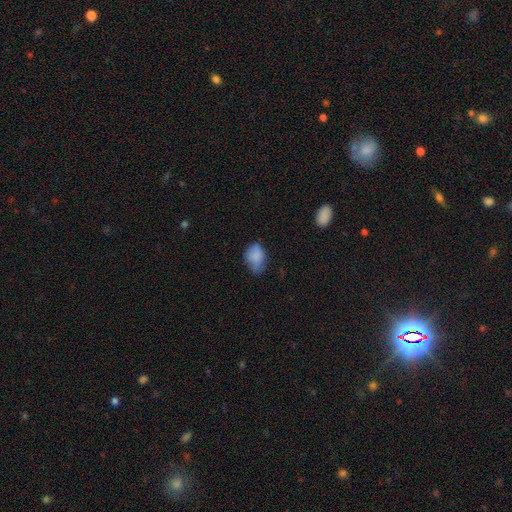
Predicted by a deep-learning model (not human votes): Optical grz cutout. It shows a smooth galaxy with no disk features (81%) that is in between round and cigar-shaped (80%). Merging: none (47%).